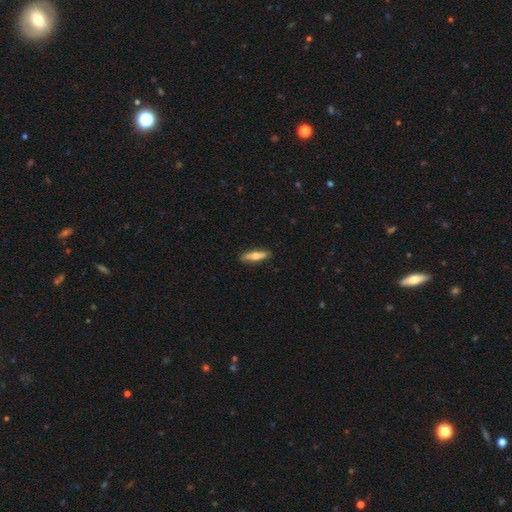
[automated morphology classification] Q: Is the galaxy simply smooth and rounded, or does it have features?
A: smooth — 51%.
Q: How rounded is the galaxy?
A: cigar-shaped — 70%.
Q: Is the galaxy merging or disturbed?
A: none — 89%.